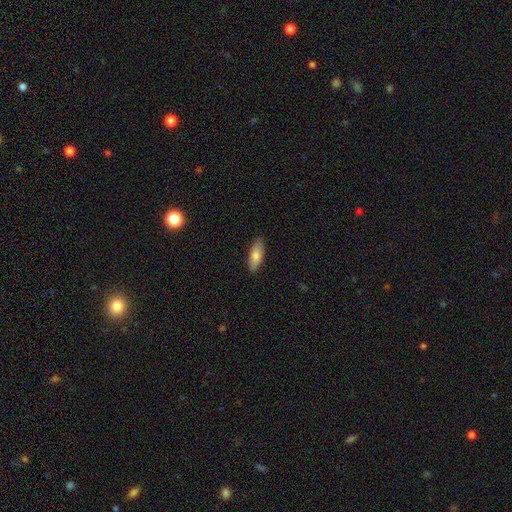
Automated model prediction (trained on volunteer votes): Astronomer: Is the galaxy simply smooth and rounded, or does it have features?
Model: smooth — 76%.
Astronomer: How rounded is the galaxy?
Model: in between — 71%.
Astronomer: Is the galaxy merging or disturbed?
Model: none — 87%.